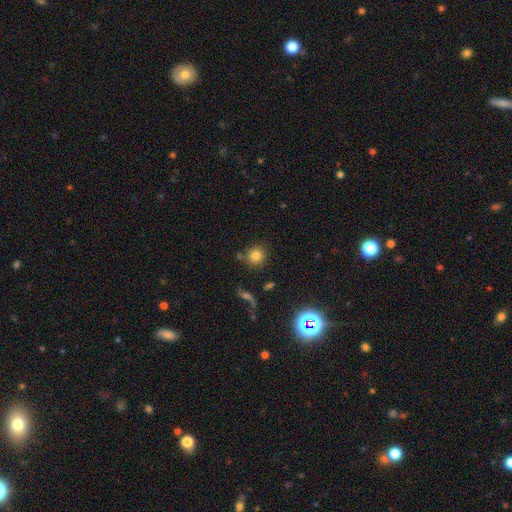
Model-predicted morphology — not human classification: Smooth or featured? smooth (78%)
How rounded? round (90%)
Merging? none (80%)